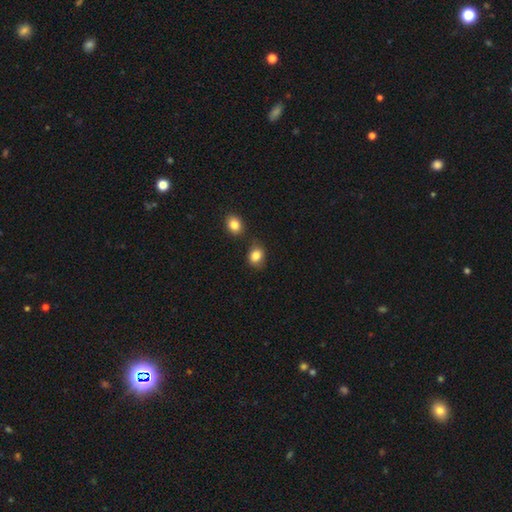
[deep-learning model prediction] Morphology: type=smooth (85%); roundness=round (54%); merging=none (71%).